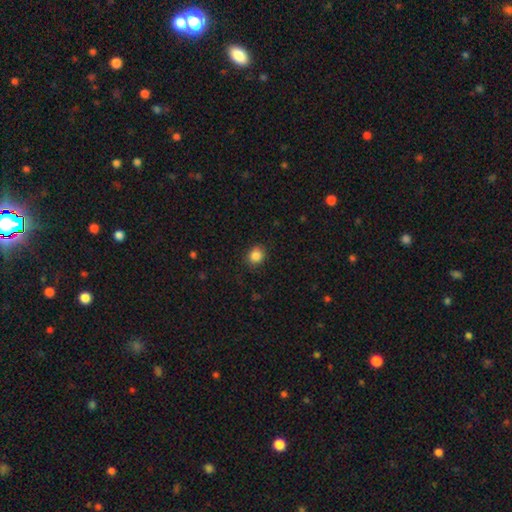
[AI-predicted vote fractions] A smooth galaxy with no disk features (86%) that is round (75%). Merging: none (88%).